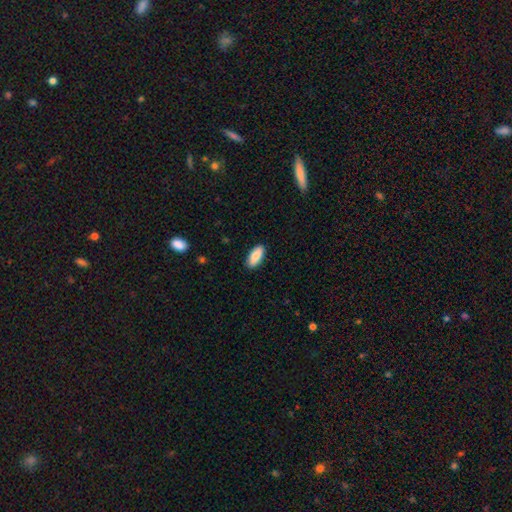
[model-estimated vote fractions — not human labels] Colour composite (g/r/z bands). It shows a smooth galaxy with no disk features (84%) that is in between round and cigar-shaped (85%). Merging: none (89%).